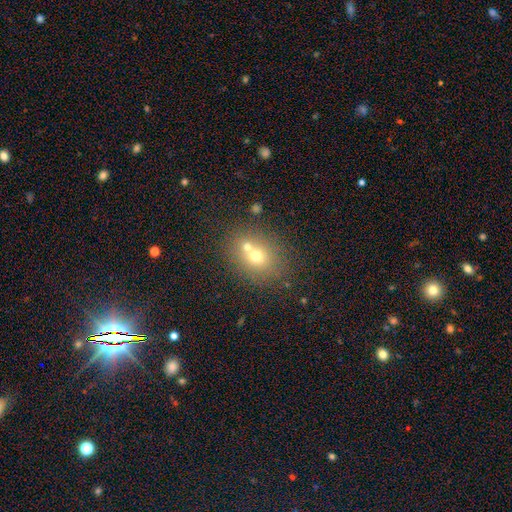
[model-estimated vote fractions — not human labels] A smooth galaxy with no disk features (65%) that is round (64%).

Vote fractions:
- Smooth or featured? smooth: 65% / featured or disk: 20% / star or artifact: 16%
- How rounded? round: 64% / in between: 35% / cigar-shaped: 1%
- Merging? none: 48% / merger: 40% / minor disturbance: 9% / major disturbance: 3%